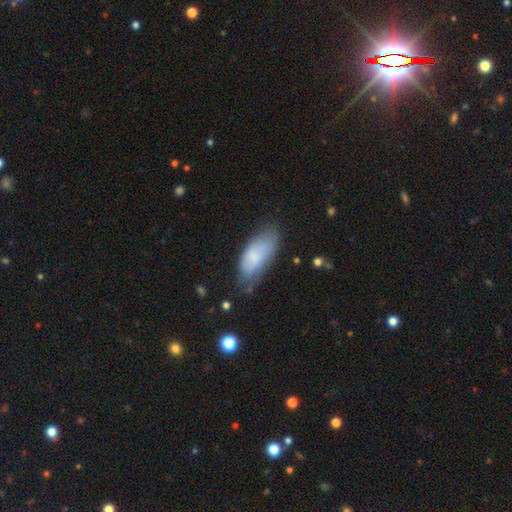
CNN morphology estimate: This is likely a smooth galaxy (72%). How rounded: clearly in between (86%). Merging: possibly none (54%).